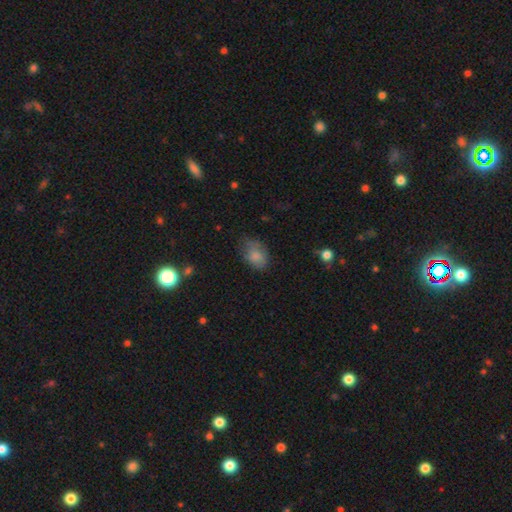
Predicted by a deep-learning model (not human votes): smooth_or_featured: smooth (p=0.78) [alt: featured or disk p=0.13]
how_rounded: in between (p=0.82) [alt: round p=0.16]
merging: none (p=0.57) [alt: minor disturbance p=0.31]